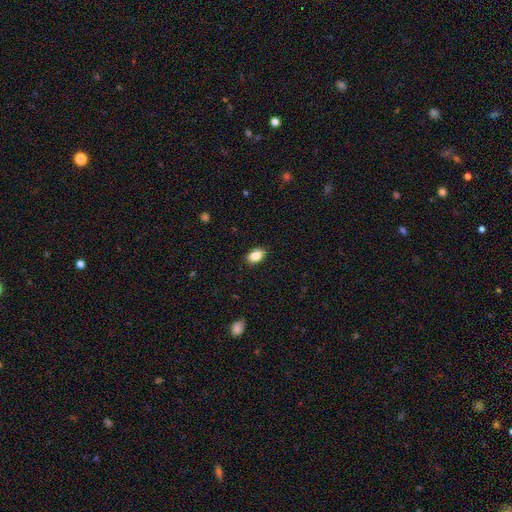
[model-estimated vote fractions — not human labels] A smooth galaxy with no disk features (86%) that is in between round and cigar-shaped (89%).

Vote fractions:
- Smooth or featured? smooth: 86% / star or artifact: 8% / featured or disk: 6%
- How rounded? in between: 89% / round: 9% / cigar-shaped: 2%
- Merging? none: 89% / minor disturbance: 8% / major disturbance: 2% / merger: 1%